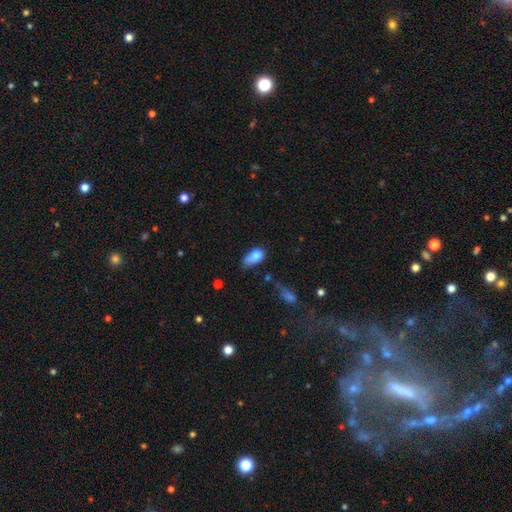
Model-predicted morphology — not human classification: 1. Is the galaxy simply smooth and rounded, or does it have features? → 77% smooth, 14% featured or disk, 9% star or artifact.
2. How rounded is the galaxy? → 87% in between, 9% round, 4% cigar-shaped.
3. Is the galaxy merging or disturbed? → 39% minor disturbance, 36% none, 18% major disturbance, 7% merger.